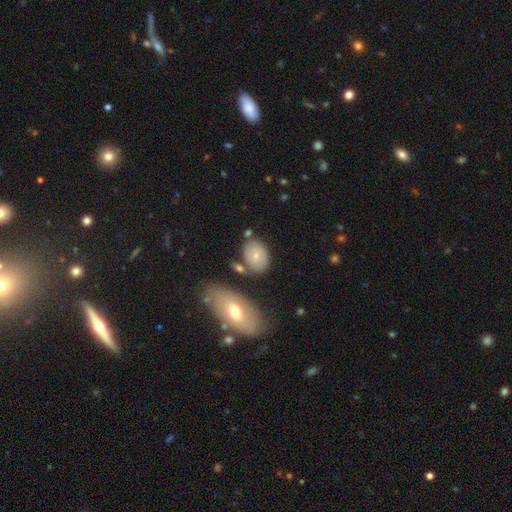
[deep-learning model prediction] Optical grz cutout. It shows a smooth galaxy with no disk features (73%) that is in between round and cigar-shaped (71%). Merging: none (67%).